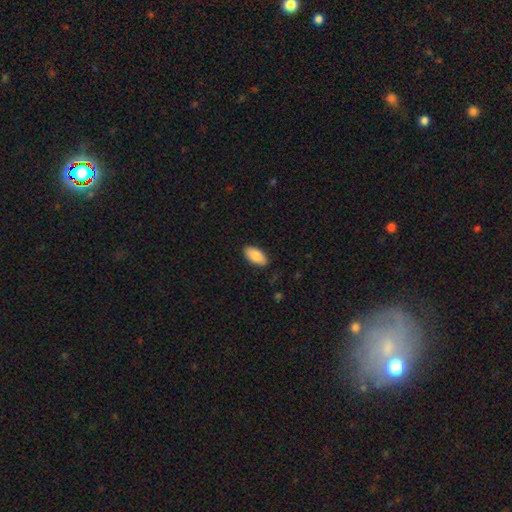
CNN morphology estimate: Smooth or featured: smooth — 86% (featured or disk — 8%)
How rounded: in between — 94% (cigar-shaped — 3%)
Merging: none — 89% (minor disturbance — 8%)